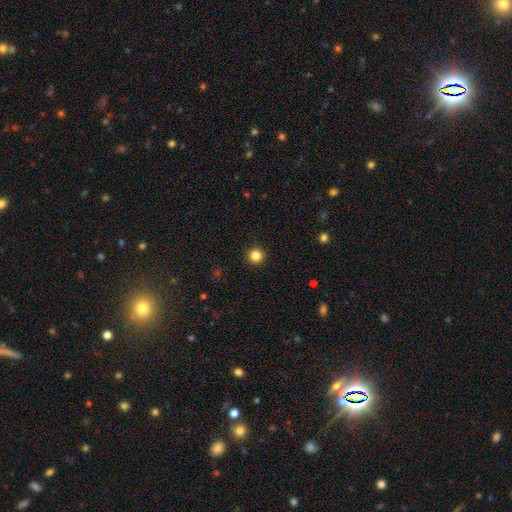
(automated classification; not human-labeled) Morphology: type=smooth (84%); roundness=round (96%); merging=none (93%).